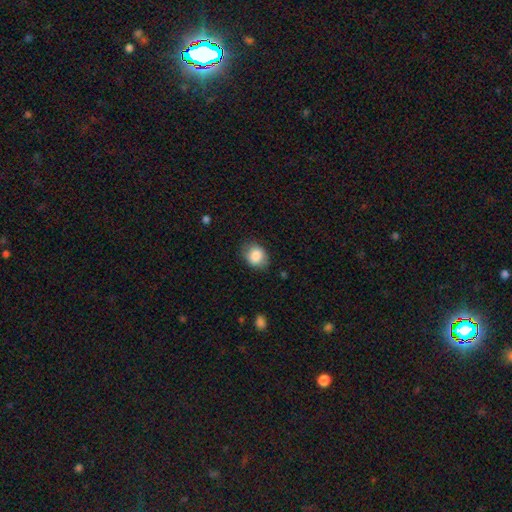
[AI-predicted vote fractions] Q: Smooth or featured?
A: smooth (85%); runner-up: star or artifact (8%)
Q: How rounded?
A: round (51%); runner-up: in between (49%)
Q: Merging?
A: none (76%); runner-up: minor disturbance (18%)